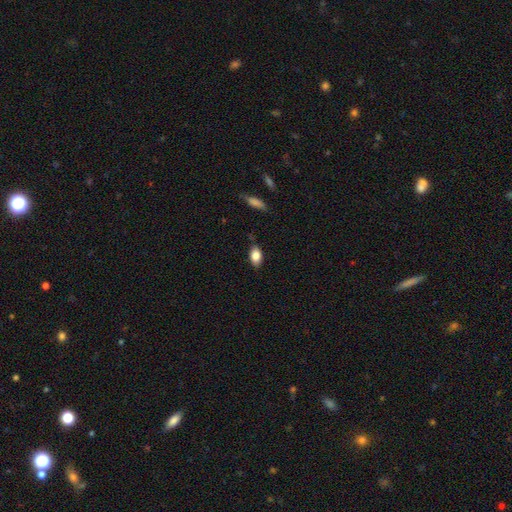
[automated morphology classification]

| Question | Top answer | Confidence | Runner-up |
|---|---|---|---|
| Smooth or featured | smooth | 83% | featured or disk (9%) |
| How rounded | in between | 89% | round (7%) |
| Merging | none | 82% | minor disturbance (14%) |